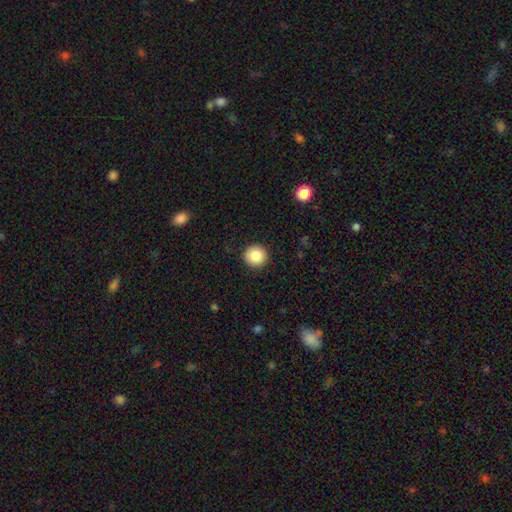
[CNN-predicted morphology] A smooth galaxy with no disk features (85%) that is round (95%).

Vote fractions:
- Smooth or featured? smooth: 85% / star or artifact: 9% / featured or disk: 6%
- How rounded? round: 95% / in between: 4% / cigar-shaped: 1%
- Merging? none: 92% / minor disturbance: 6% / major disturbance: 2% / merger: 1%